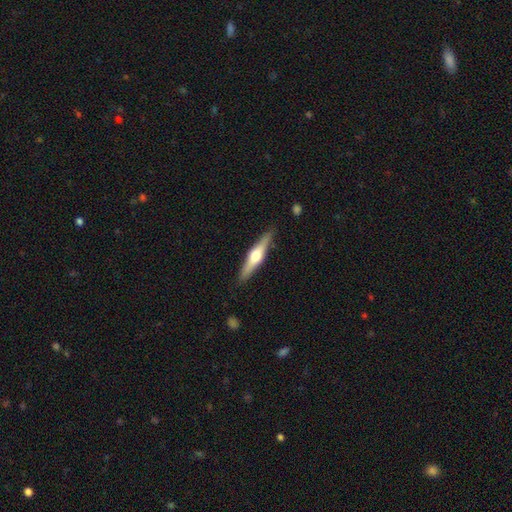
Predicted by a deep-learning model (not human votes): Smooth or featured? Predicted: featured or disk (p=0.65). Edge-on disk? Predicted: yes (p=0.97). Edge-on bulge? Predicted: rounded (p=0.93). Merging? Predicted: none (p=0.88).